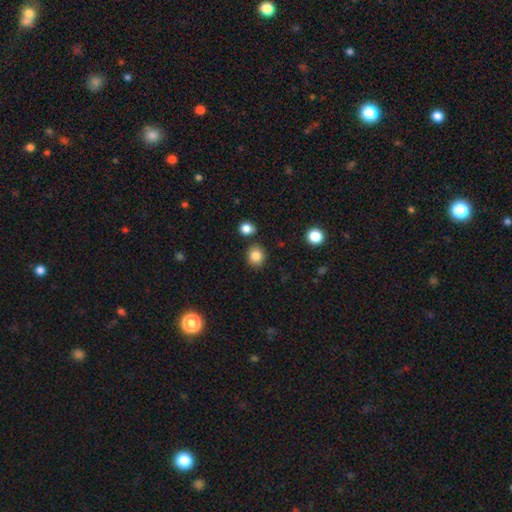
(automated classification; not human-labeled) smooth 85%, star or artifact 10%, featured or disk 5%. Down the decision tree: how rounded — round (80%); merging — none (84%).